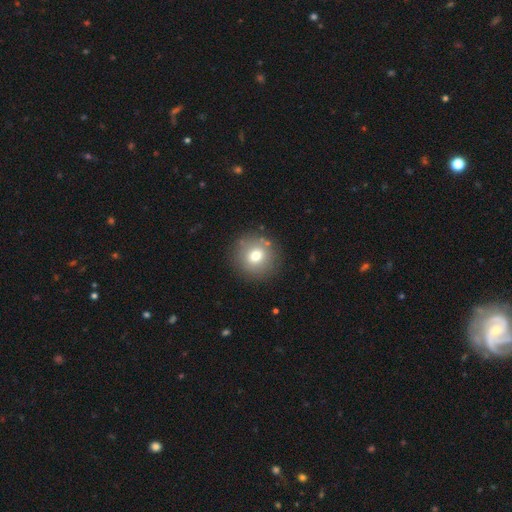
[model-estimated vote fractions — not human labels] smooth_or_featured: smooth (p=0.73) [alt: featured or disk p=0.15]
how_rounded: round (p=0.93) [alt: in between p=0.06]
merging: none (p=0.86) [alt: minor disturbance p=0.08]